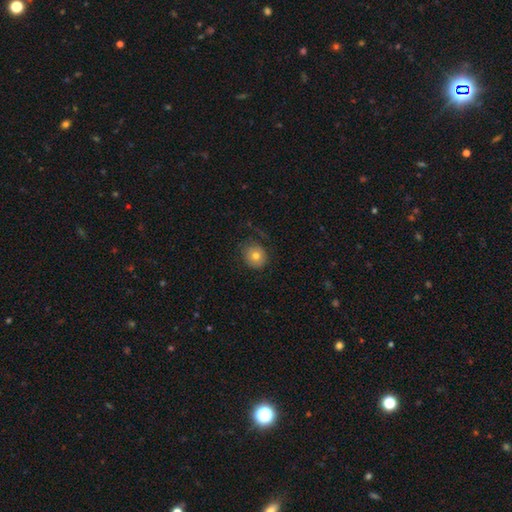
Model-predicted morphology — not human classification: smooth_or_featured: smooth (p=0.76) [alt: featured or disk p=0.14]
how_rounded: round (p=0.82) [alt: in between p=0.18]
merging: none (p=0.74) [alt: minor disturbance p=0.17]